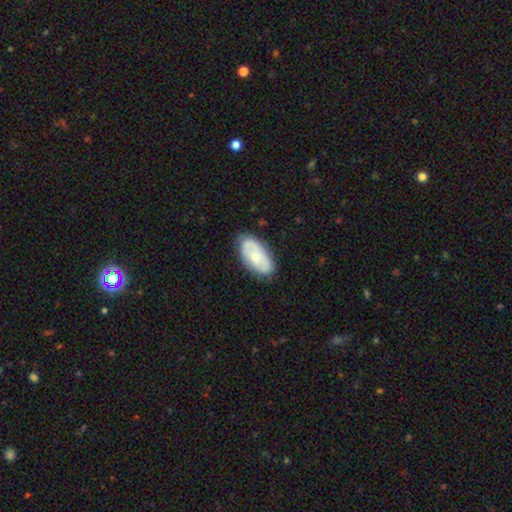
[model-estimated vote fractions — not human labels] A smooth galaxy with no disk features (52%) that is in between round and cigar-shaped (93%). Merging: none (75%).